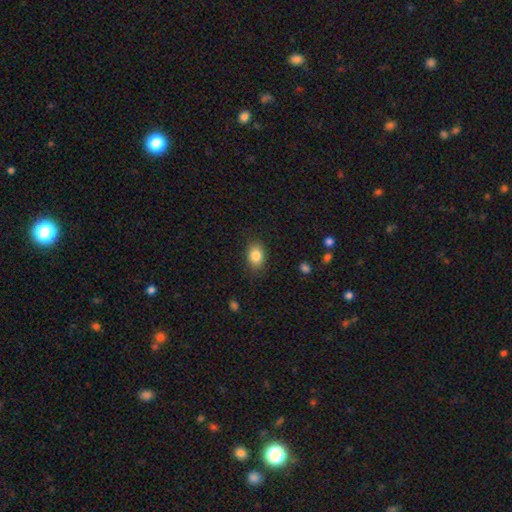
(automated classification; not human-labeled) Smooth or featured? smooth (84%)
How rounded? in between (76%)
Merging? none (83%)